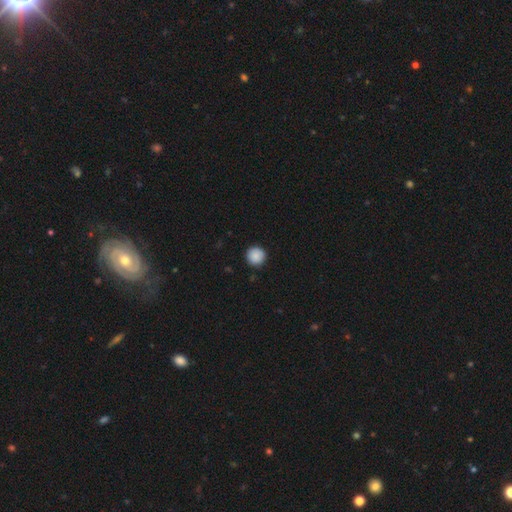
A smooth galaxy with no disk features (90%) that is round (97%). Merging: none (81%).